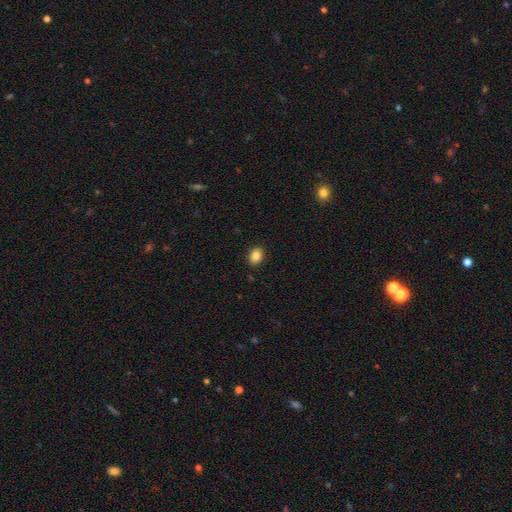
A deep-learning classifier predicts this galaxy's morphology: Smooth or featured?
  - smooth: 86% *
  - star or artifact: 9%
  - featured or disk: 5%
How rounded?
  - in between: 67% *
  - round: 32%
  - cigar-shaped: 1%
Merging?
  - none: 89% *
  - minor disturbance: 8%
  - major disturbance: 2%
  - merger: 1%